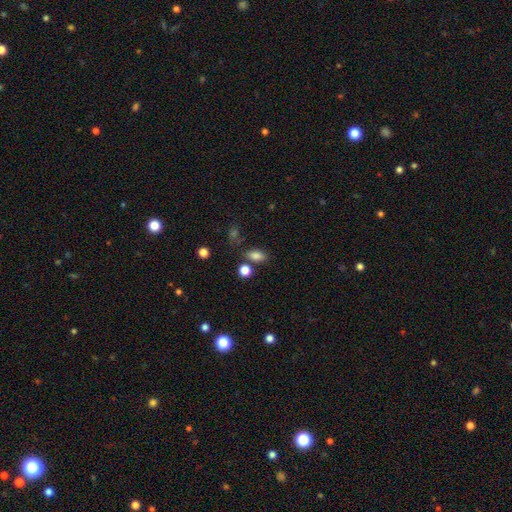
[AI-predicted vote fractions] Smooth or featured? Predicted: smooth (p=0.82). How rounded? Predicted: in between (p=0.82). Merging? Predicted: none (p=0.72).